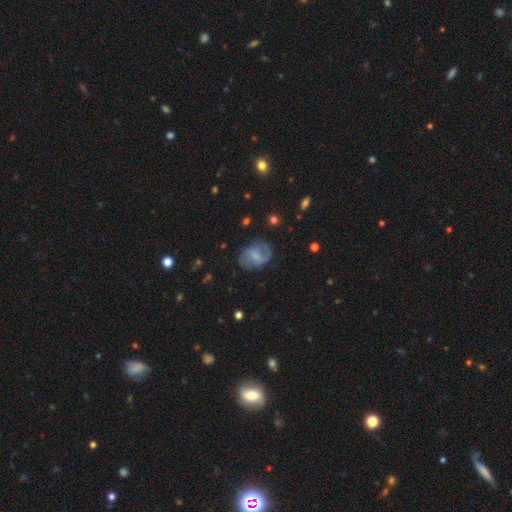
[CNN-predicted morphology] Q: Smooth or featured?
A: featured or disk (65%); runner-up: smooth (27%)
Q: Edge-on disk?
A: no (97%); runner-up: yes (3%)
Q: Bar?
A: weak (56%); runner-up: no (24%)
Q: Spiral arms?
A: yes (85%); runner-up: no (15%)
Q: Spiral winding?
A: loose (43%); runner-up: medium (42%)
Q: Spiral arm count?
A: 2 (81%); runner-up: can't tell (10%)
Q: Bulge size?
A: small (44%); runner-up: moderate (28%)
Q: Merging?
A: none (70%); runner-up: minor disturbance (19%)